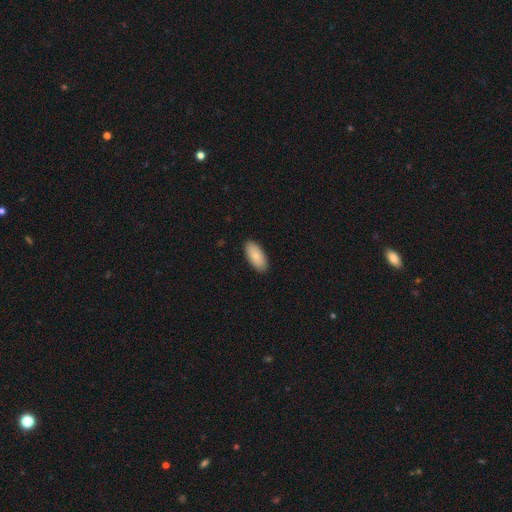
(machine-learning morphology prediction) Overall: smooth (85%). How rounded: in between (92%). Merging: none (90%).